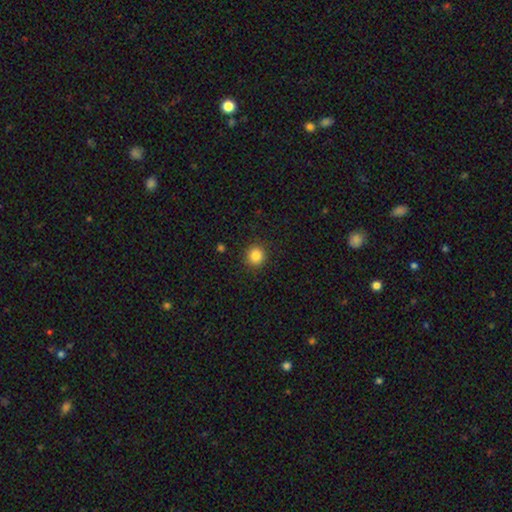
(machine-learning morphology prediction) Overall: smooth (84%). How rounded: round (93%). Merging: none (91%).